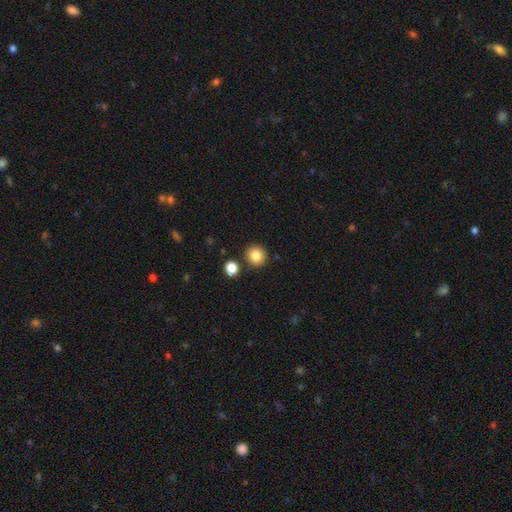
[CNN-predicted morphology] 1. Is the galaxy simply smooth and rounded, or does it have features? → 84% smooth, 10% star or artifact, 5% featured or disk.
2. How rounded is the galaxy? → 93% round, 6% in between, 1% cigar-shaped.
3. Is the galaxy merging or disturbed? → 86% none, 6% minor disturbance, 5% merger, 2% major disturbance.